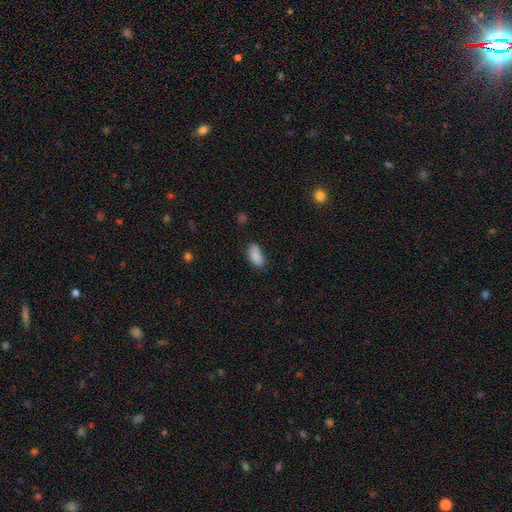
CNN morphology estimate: smooth 88%, star or artifact 7%, featured or disk 5%. Down the decision tree: how rounded — in between (91%); merging — none (76%).